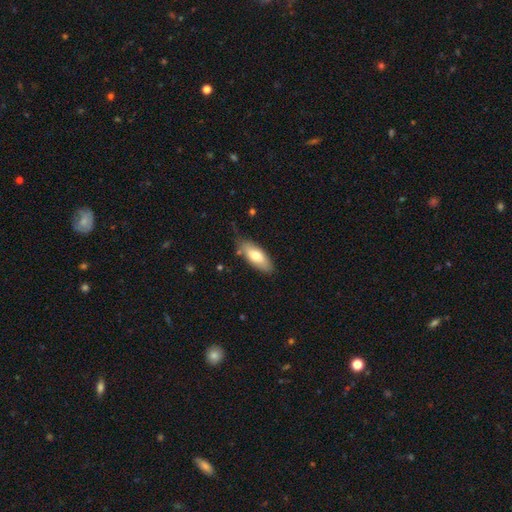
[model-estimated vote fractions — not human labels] This appears to be a smooth galaxy with no disk features (70%) that is in between round and cigar-shaped (80%). Merging: none (74%).